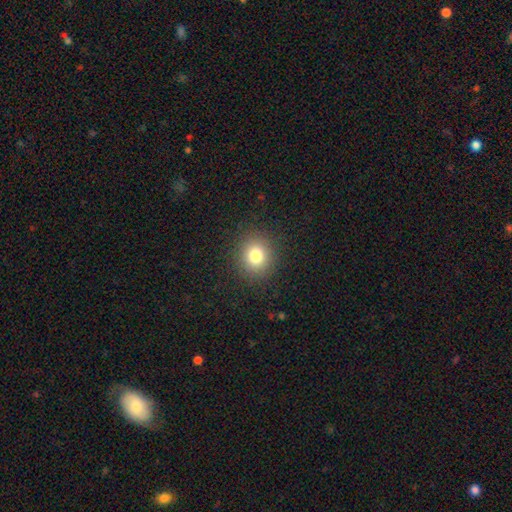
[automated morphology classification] This is likely a smooth galaxy (79%). How rounded: clearly round (85%). Merging: clearly none (89%).